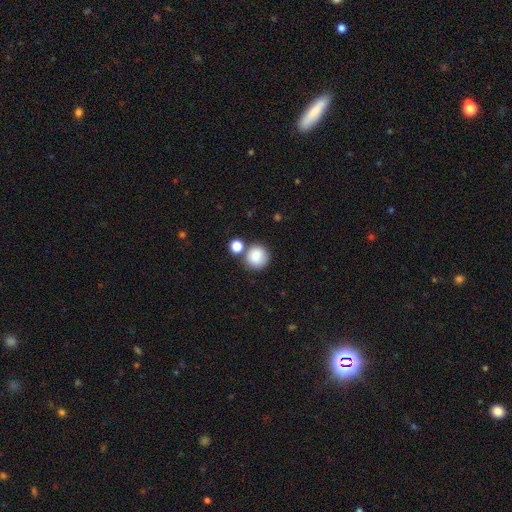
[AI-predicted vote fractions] Smooth or featured? Predicted: smooth (p=0.84). How rounded? Predicted: round (p=0.93). Merging? Predicted: none (p=0.70).